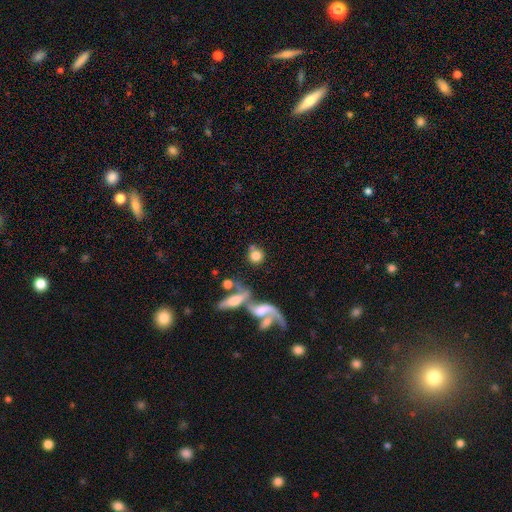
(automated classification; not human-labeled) Smooth or featured: smooth — 74% (featured or disk — 17%)
How rounded: round — 81% (in between — 16%)
Merging: none — 49% (merger — 31%)